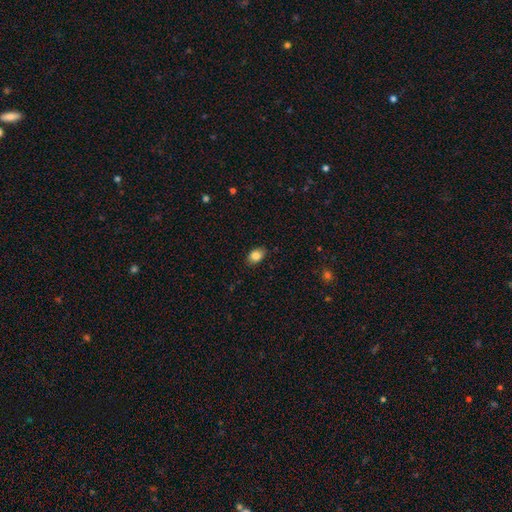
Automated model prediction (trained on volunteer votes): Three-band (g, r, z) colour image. It shows a smooth galaxy with no disk features (86%) that is in between round and cigar-shaped (82%). Merging: none (84%).